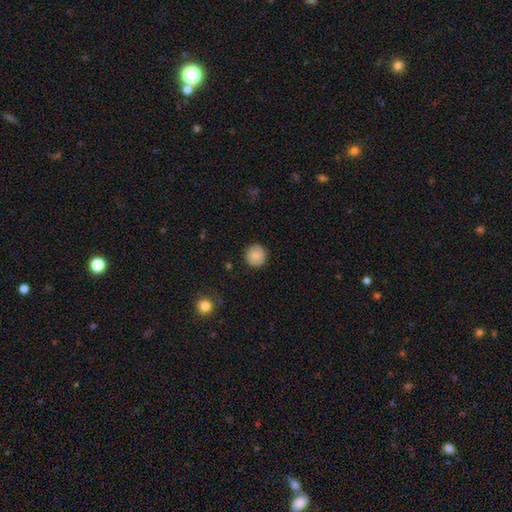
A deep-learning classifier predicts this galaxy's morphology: type=smooth (87%); roundness=round (94%); merging=none (89%).